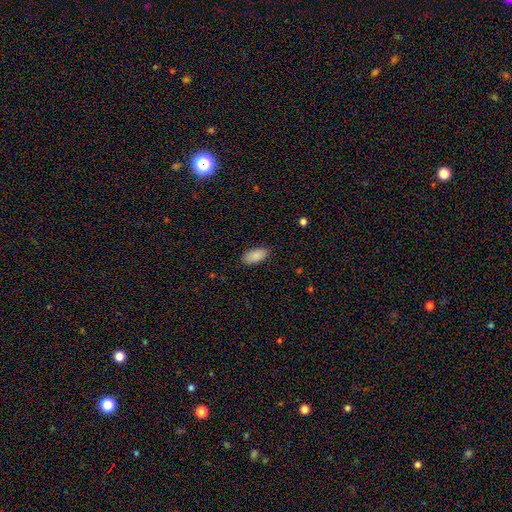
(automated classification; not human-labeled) A smooth galaxy with no disk features (88%) that is in between round and cigar-shaped (93%). Merging: none (88%).